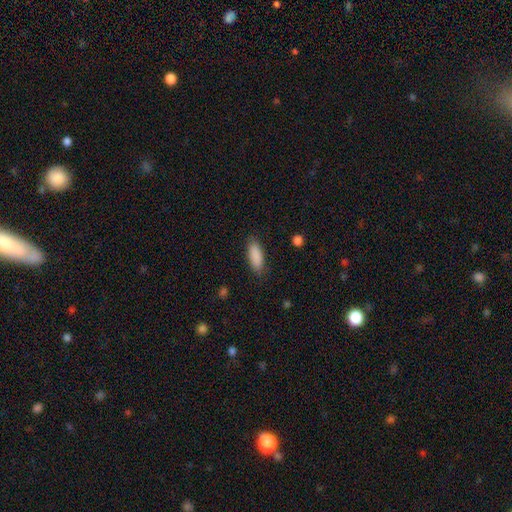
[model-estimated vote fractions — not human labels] Smooth or featured? Predicted: smooth (p=0.89). How rounded? Predicted: in between (p=0.71). Merging? Predicted: none (p=0.86).